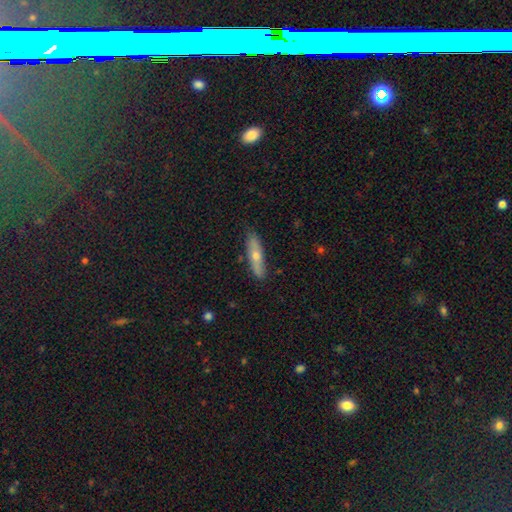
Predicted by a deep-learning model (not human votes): Morphology: type=smooth (50%); merging=none (84%).